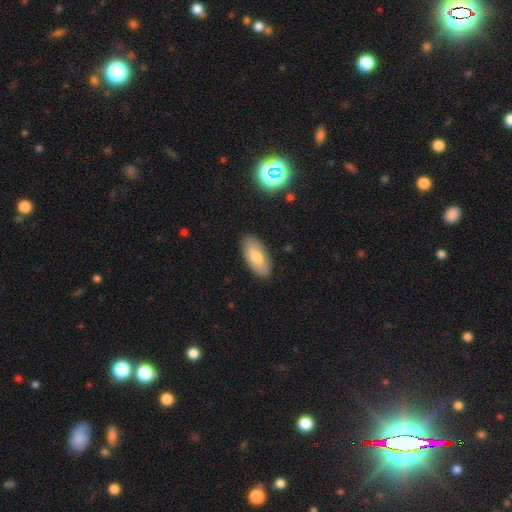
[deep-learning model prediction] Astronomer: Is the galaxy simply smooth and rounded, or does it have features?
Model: smooth — 74%.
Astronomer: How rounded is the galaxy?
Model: in between — 89%.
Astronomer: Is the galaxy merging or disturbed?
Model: none — 87%.